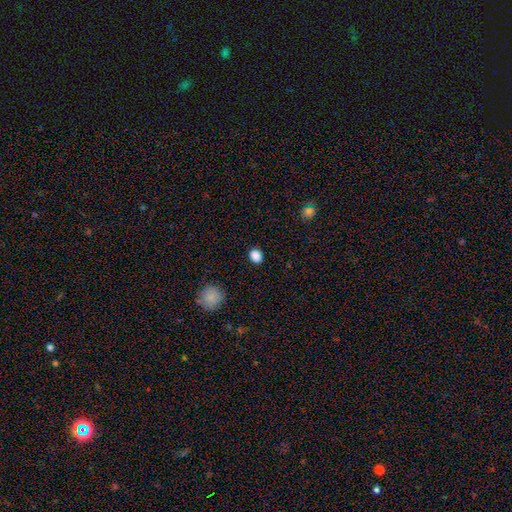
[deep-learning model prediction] Q: Smooth or featured?
A: smooth (86%); runner-up: star or artifact (10%)
Q: How rounded?
A: round (51%); runner-up: in between (48%)
Q: Merging?
A: none (89%); runner-up: minor disturbance (7%)